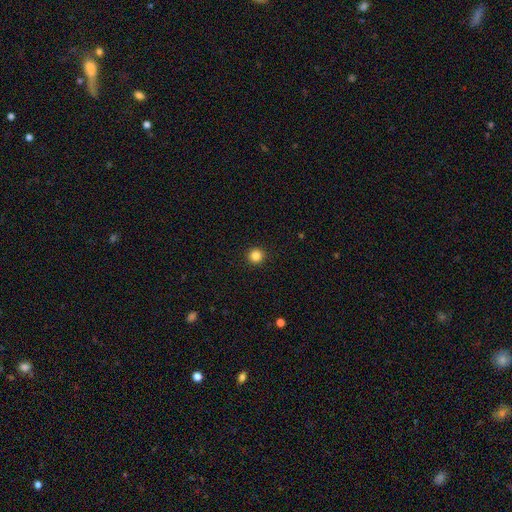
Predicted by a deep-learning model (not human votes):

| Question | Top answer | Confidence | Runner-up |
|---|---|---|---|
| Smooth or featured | smooth | 85% | star or artifact (12%) |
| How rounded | round | 95% | in between (4%) |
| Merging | none | 93% | minor disturbance (4%) |